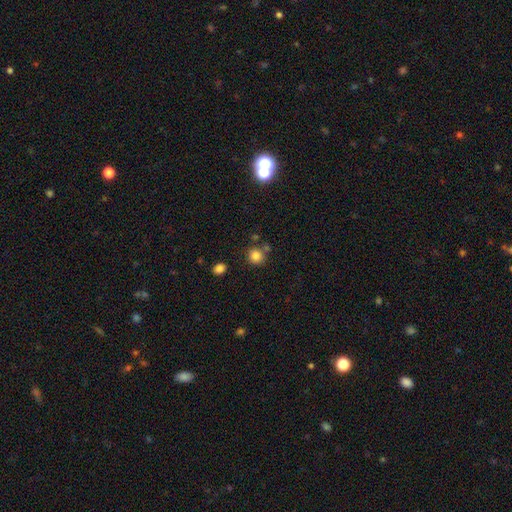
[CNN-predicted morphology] A smooth galaxy with no disk features (83%) that is round (88%). Merging: none (74%).